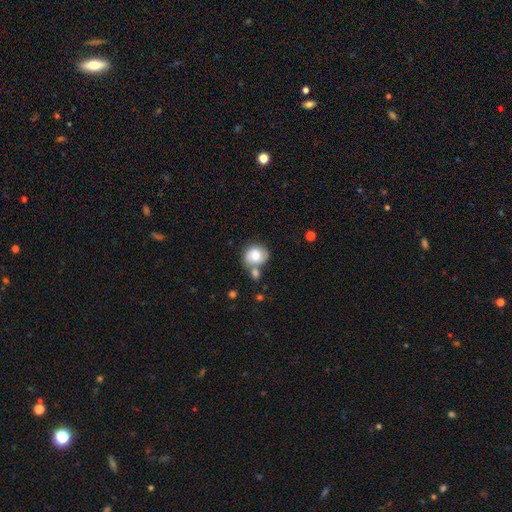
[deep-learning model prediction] smooth 68%, featured or disk 24%, star or artifact 8%. Down the decision tree: how rounded — round (71%); merging — none (47%).